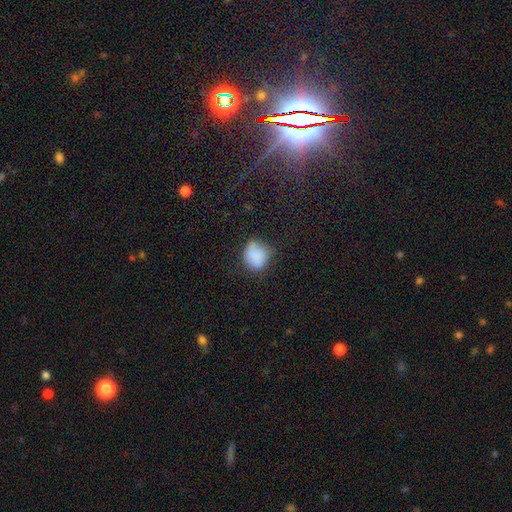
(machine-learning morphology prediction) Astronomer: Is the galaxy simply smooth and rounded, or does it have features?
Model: smooth — 83%.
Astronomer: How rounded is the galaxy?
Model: round — 65%.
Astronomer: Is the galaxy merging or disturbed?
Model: none — 62%.